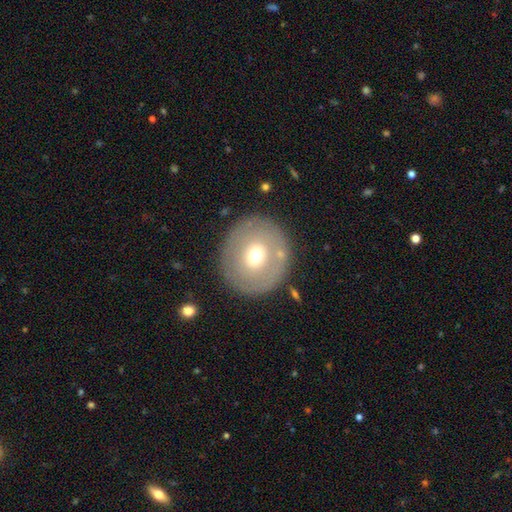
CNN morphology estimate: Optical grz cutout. It shows a smooth galaxy with no disk features (56%) that is round (82%). Merging: none (83%).